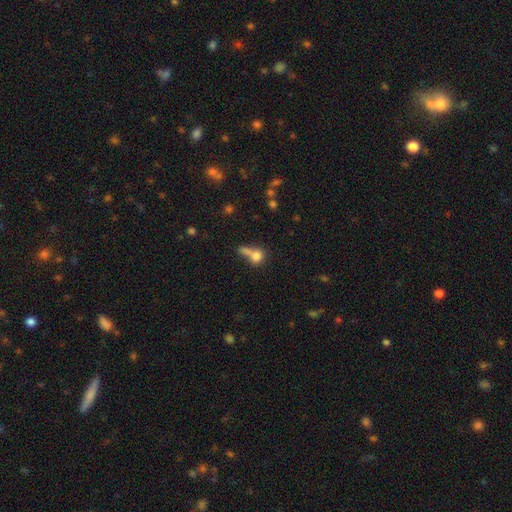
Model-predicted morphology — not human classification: This appears to be a smooth galaxy with no disk features (74%) that is round (59%). Merging: merger (48%).